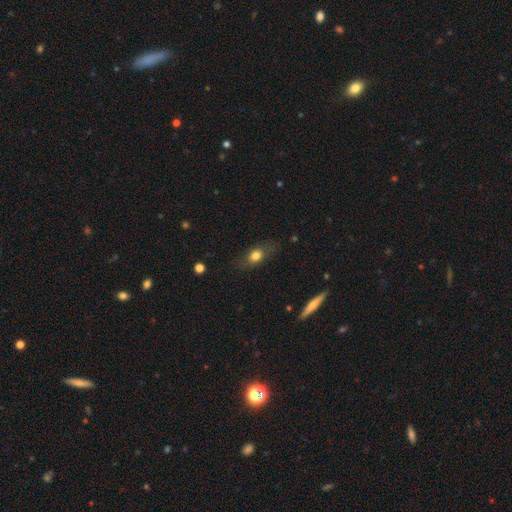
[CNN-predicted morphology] Smooth or featured?
  - smooth: 70% *
  - featured or disk: 20%
  - star or artifact: 10%
How rounded?
  - in between: 58% *
  - round: 27%
  - cigar-shaped: 15%
Merging?
  - none: 73% *
  - minor disturbance: 18%
  - major disturbance: 7%
  - merger: 2%